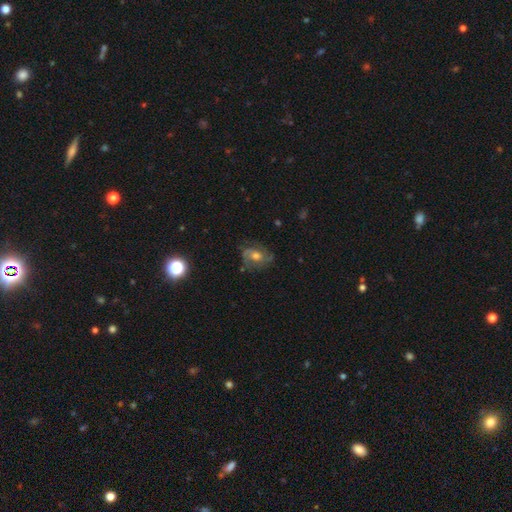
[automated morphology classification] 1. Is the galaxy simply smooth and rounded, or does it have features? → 72% featured or disk, 17% smooth, 11% star or artifact.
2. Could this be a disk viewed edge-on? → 97% no, 3% yes.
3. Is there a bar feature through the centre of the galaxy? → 59% no, 33% weak, 8% strong.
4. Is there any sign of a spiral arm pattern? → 91% yes, 9% no.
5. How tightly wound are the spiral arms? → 49% medium, 28% tight, 23% loose.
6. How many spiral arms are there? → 62% 2, 16% can't tell, 13% 3, 4% 1, 3% 4, 3% more than 4.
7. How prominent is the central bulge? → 66% moderate, 17% small, 13% large, 3% none, 1% dominant.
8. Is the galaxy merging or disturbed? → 70% none, 18% minor disturbance, 9% major disturbance, 2% merger.